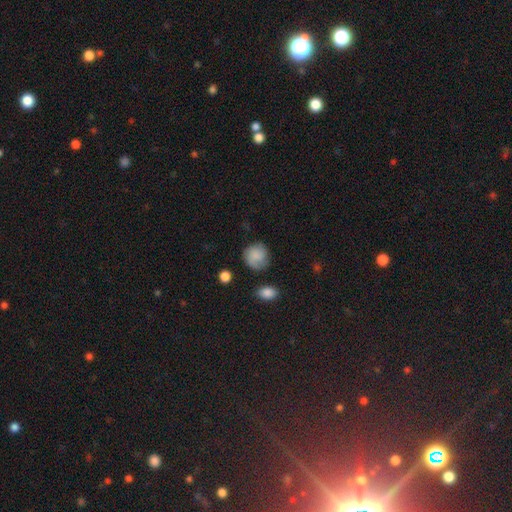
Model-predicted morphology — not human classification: smooth-or-featured: smooth: 72% | featured or disk: 20% | star or artifact: 8%
  how-rounded: round: 83% | in between: 16% | cigar-shaped: 1%
  merging: none: 68% | minor disturbance: 22% | major disturbance: 8% | merger: 3%